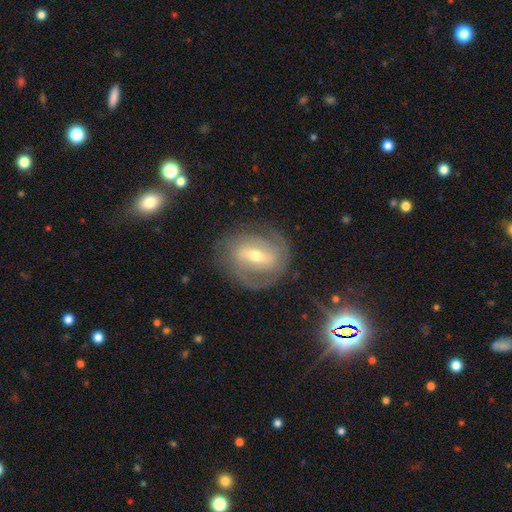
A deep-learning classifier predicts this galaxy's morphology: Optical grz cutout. It shows a featured or disk galaxy (79%) with a strong bar (45%), 2 (65%) tight (50%) spiral arms (87%) and a moderate central bulge (56%). Merging: none (76%).